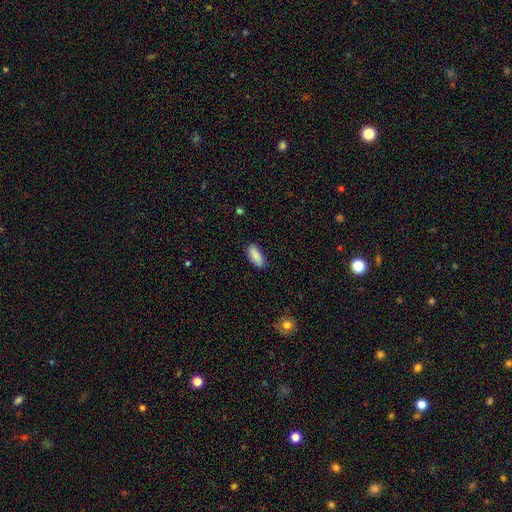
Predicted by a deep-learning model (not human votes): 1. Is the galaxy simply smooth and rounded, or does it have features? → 88% smooth, 6% featured or disk, 6% star or artifact.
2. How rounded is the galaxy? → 75% in between, 24% cigar-shaped, 2% round.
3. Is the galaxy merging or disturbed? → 85% none, 12% minor disturbance, 2% major disturbance, 1% merger.